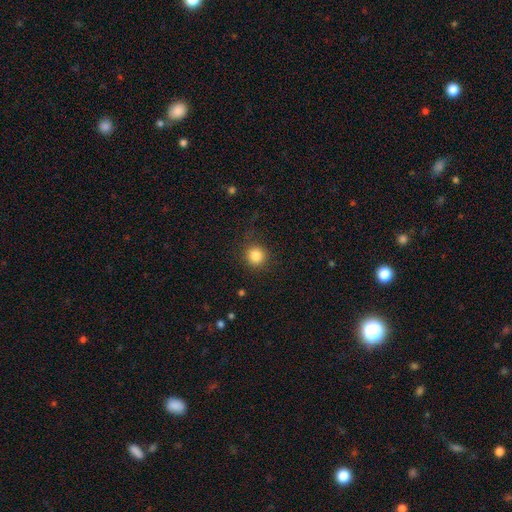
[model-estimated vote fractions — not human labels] The model was most divided on "smooth or featured": smooth: 85%, star or artifact: 11%, featured or disk: 4%. More confident: how rounded — round (94%); merging — none (87%).